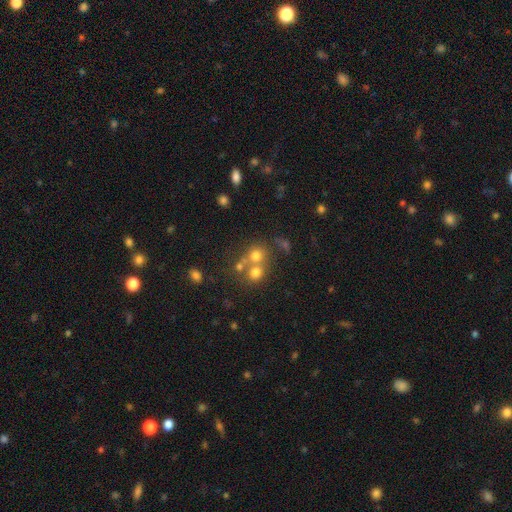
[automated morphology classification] A smooth galaxy with no disk features (68%) that is round (81%). Merging: none (45%).